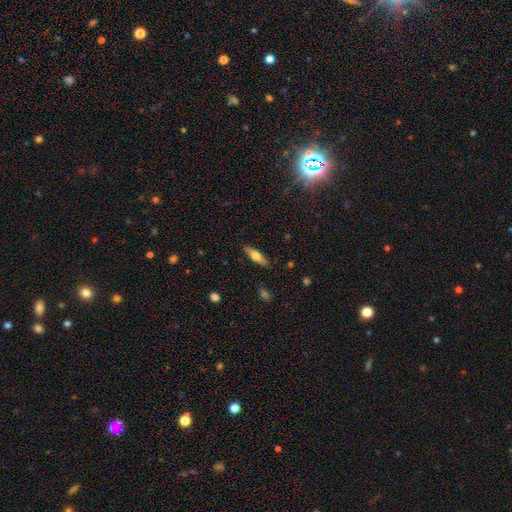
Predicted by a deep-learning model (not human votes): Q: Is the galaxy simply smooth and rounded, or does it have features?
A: smooth — 61%.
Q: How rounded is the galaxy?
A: cigar-shaped — 59%.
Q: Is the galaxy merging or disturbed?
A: none — 86%.